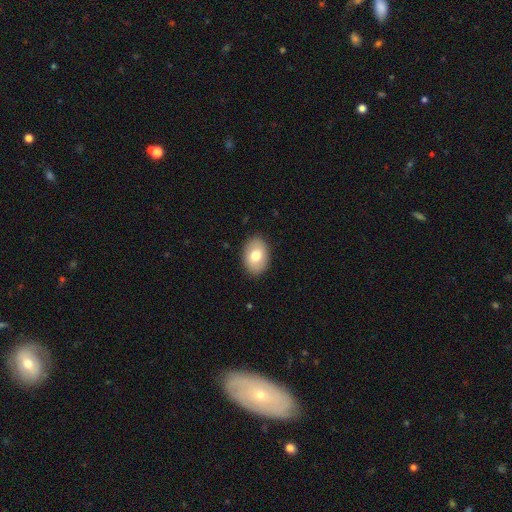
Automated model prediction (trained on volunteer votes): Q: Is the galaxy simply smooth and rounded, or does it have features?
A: smooth — 75%.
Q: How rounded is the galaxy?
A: in between — 80%.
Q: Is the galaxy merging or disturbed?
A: none — 89%.